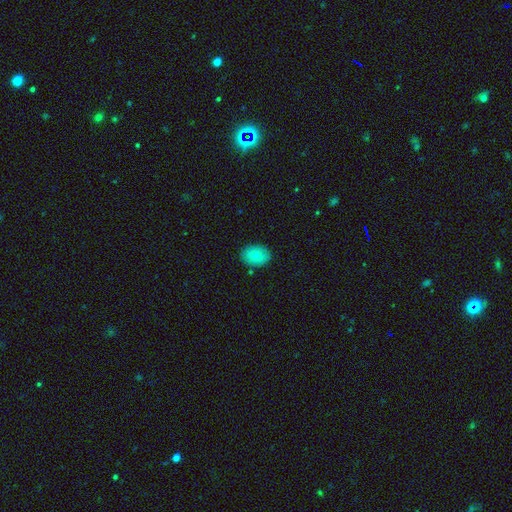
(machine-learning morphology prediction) Smooth or featured: smooth — 76% (featured or disk — 16%)
How rounded: in between — 71% (round — 28%)
Merging: none — 86% (minor disturbance — 10%)